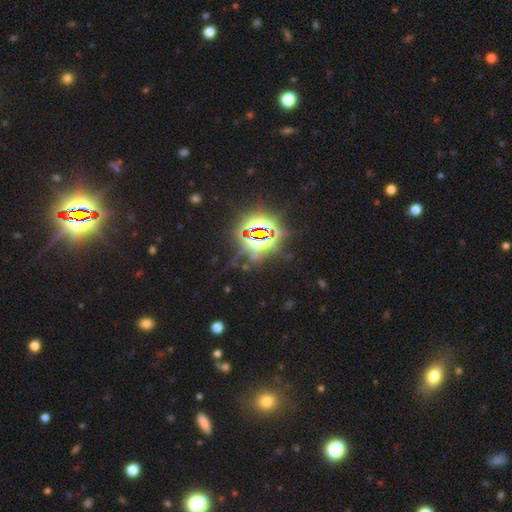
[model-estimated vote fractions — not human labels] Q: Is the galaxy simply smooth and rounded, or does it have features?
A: star or artifact — 82%.